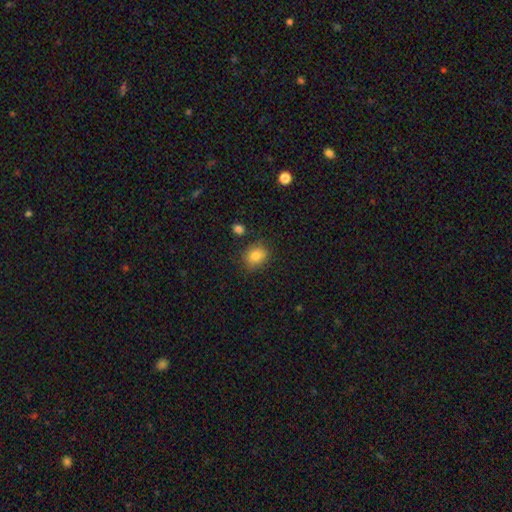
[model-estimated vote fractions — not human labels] The model was most divided on "how rounded": round: 63%, in between: 36%, cigar-shaped: 1%. More confident: smooth or featured — smooth (82%); merging — none (80%).